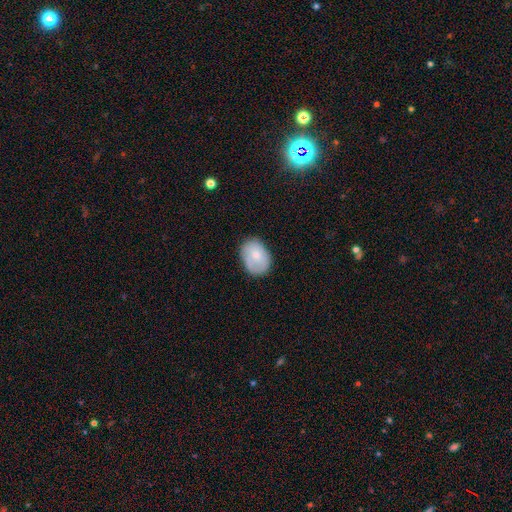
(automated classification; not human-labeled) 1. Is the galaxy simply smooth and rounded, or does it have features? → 69% smooth, 25% featured or disk, 7% star or artifact.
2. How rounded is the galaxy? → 70% in between, 29% round, 1% cigar-shaped.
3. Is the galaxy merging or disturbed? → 70% none, 22% minor disturbance, 6% major disturbance, 1% merger.